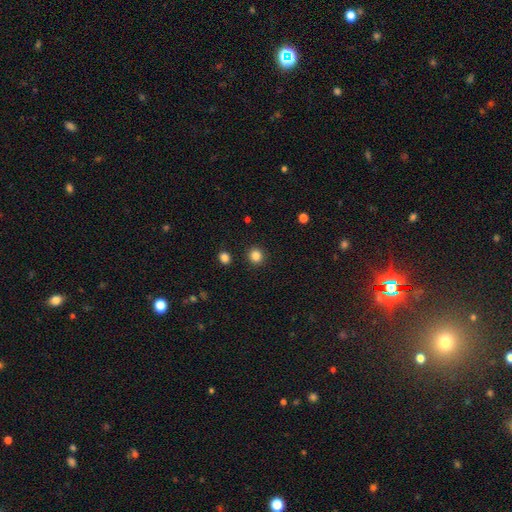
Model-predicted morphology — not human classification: The model was most divided on "smooth or featured": smooth: 85%, star or artifact: 12%, featured or disk: 4%. More confident: merging — none (91%); how rounded — round (90%).